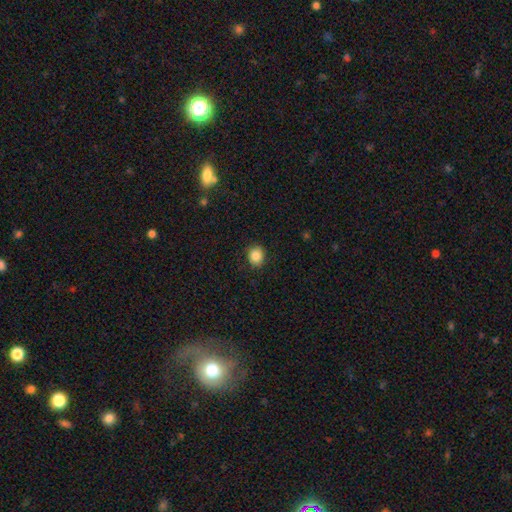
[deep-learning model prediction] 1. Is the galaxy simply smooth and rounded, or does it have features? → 86% smooth, 10% star or artifact, 4% featured or disk.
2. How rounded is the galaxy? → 73% round, 26% in between, 1% cigar-shaped.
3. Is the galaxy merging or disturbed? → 87% none, 9% minor disturbance, 2% major disturbance, 1% merger.